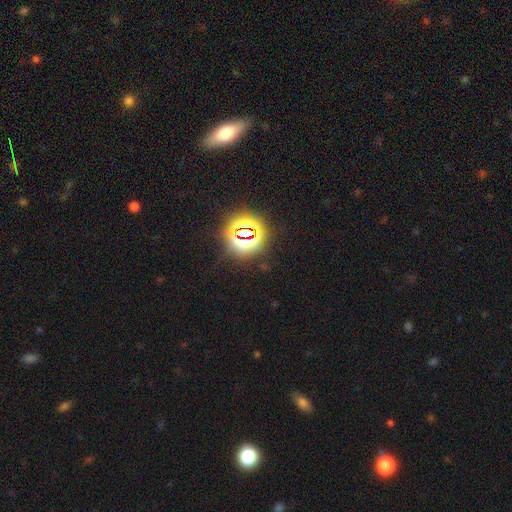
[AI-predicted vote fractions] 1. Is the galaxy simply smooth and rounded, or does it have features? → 74% star or artifact, 16% smooth, 10% featured or disk.